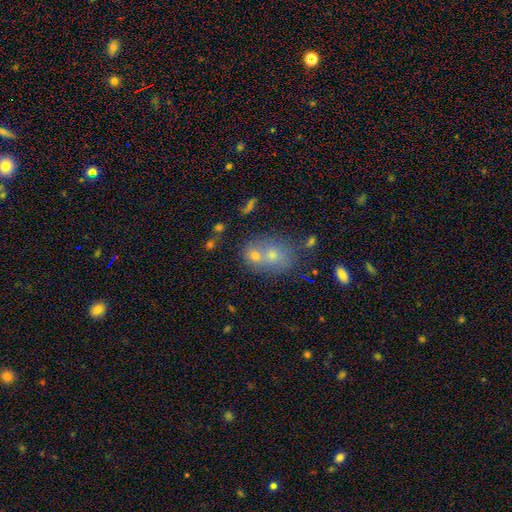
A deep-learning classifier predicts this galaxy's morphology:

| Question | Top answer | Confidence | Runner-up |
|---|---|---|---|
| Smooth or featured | smooth | 53% | star or artifact (24%) |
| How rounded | round | 50% | in between (48%) |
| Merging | none | 47% | merger (38%) |